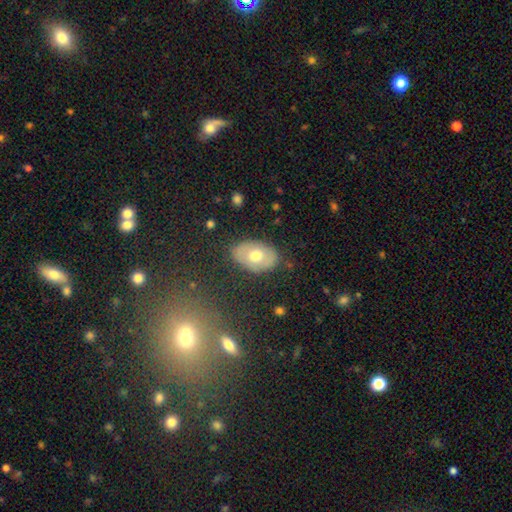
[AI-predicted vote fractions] smooth-or-featured: smooth: 52% | featured or disk: 40% | star or artifact: 8%
  how-rounded: in between: 89% | round: 9% | cigar-shaped: 1%
  merging: none: 84% | minor disturbance: 11% | major disturbance: 3% | merger: 2%